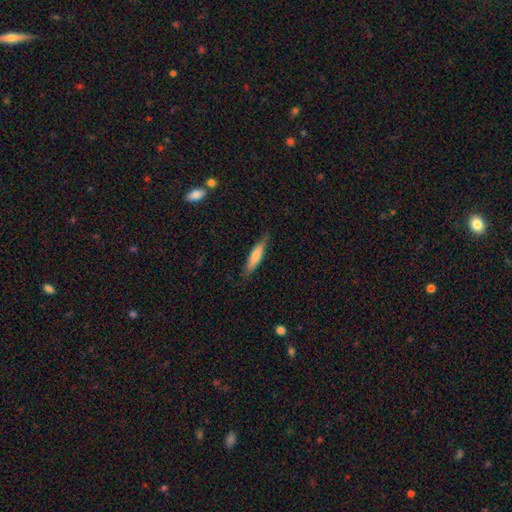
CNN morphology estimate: type=smooth (72%); roundness=cigar-shaped (78%); merging=none (83%).